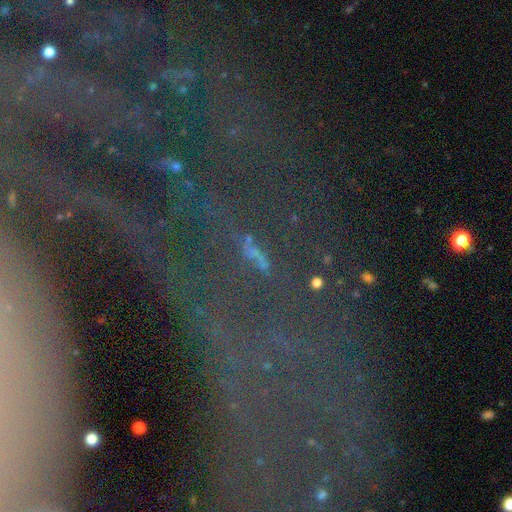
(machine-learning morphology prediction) The model was most divided on "smooth or featured": star or artifact: 70%, featured or disk: 16%, smooth: 14%.